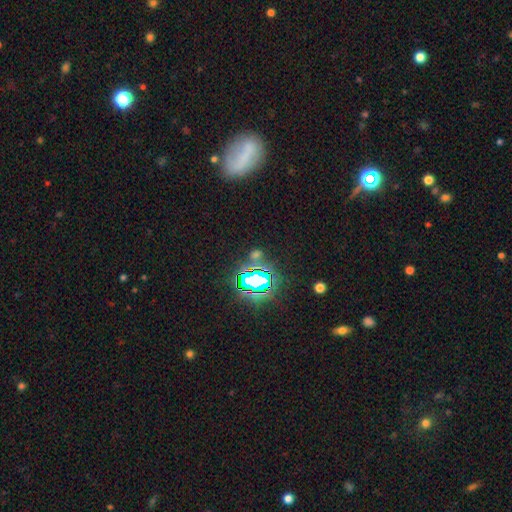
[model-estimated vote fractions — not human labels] This is likely a star or artifact rather than a galaxy (64%).